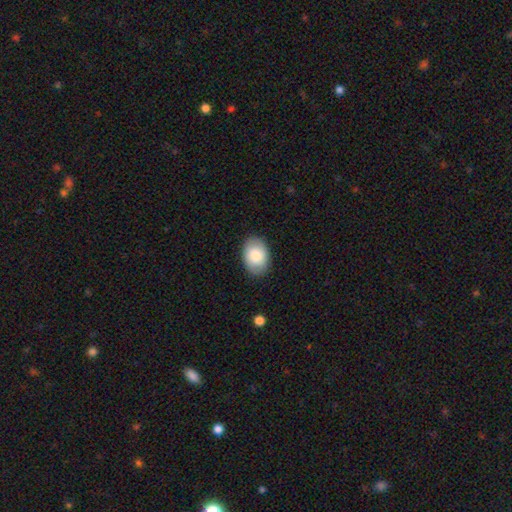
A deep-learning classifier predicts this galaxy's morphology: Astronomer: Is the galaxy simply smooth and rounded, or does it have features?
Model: smooth — 84%.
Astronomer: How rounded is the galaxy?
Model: in between — 81%.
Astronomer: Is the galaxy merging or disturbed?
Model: none — 86%.